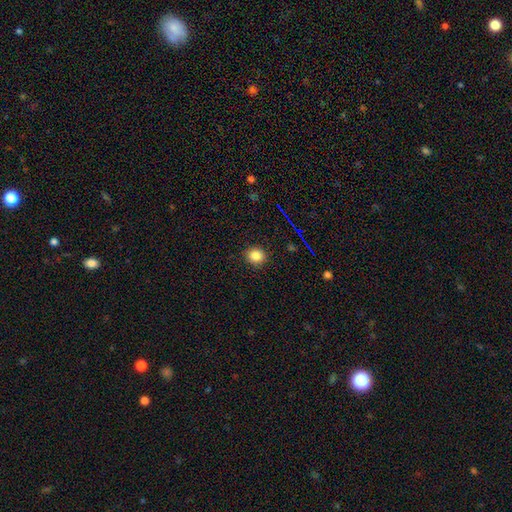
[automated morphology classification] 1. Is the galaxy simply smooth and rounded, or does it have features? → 83% smooth, 12% star or artifact, 5% featured or disk.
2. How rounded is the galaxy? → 83% round, 16% in between, 1% cigar-shaped.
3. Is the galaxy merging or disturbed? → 90% none, 7% minor disturbance, 2% major disturbance, 1% merger.